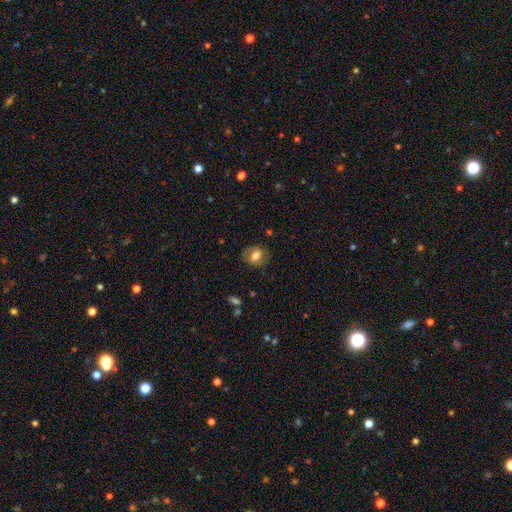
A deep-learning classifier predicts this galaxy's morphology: smooth_or_featured: smooth (p=0.66) [alt: featured or disk p=0.25]
how_rounded: in between (p=0.54) [alt: round p=0.44]
merging: none (p=0.74) [alt: minor disturbance p=0.17]